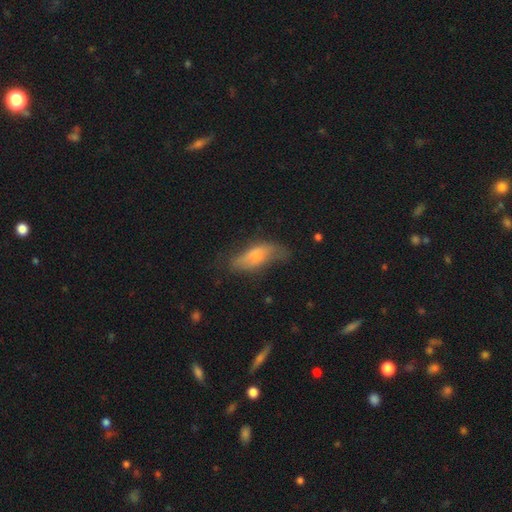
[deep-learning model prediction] This is possibly a smooth galaxy (54%). How rounded: likely in between (69%). Merging: possibly none (53%).